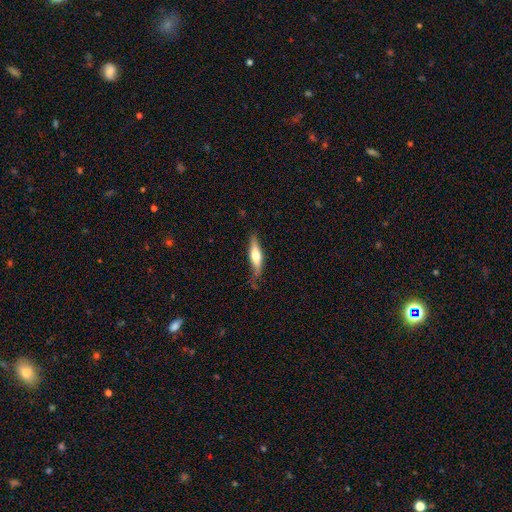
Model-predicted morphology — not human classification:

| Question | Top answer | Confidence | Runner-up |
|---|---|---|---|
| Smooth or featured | smooth | 51% | featured or disk (43%) |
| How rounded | cigar-shaped | 65% | in between (32%) |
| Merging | none | 72% | minor disturbance (21%) |